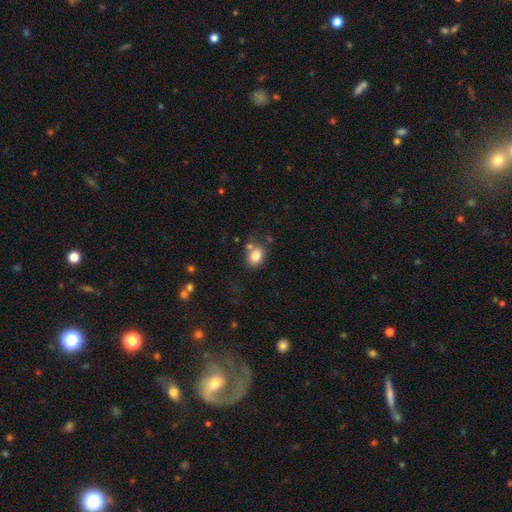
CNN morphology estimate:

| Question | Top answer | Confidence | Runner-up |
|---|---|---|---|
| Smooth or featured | smooth | 82% | star or artifact (10%) |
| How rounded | in between | 58% | round (41%) |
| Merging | none | 63% | minor disturbance (16%) |